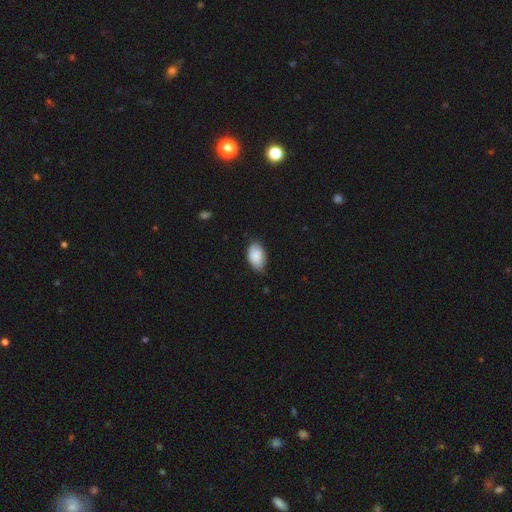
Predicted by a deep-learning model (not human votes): smooth 87%, star or artifact 7%, featured or disk 6%. Down the decision tree: how rounded — in between (92%); merging — none (59%).